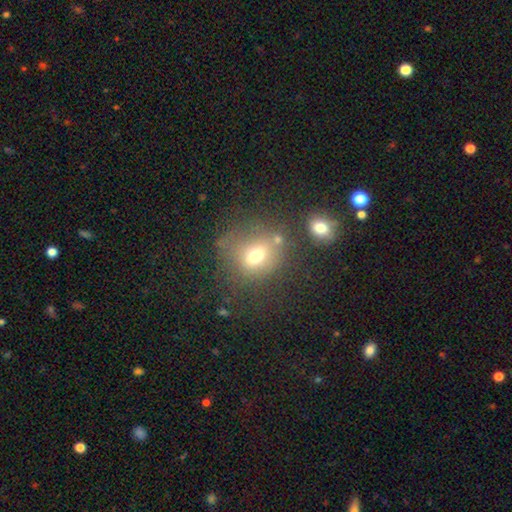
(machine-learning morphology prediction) Overall: smooth (66%). How rounded: round (57%; in between 41%). Merging: none (56%; minor disturbance 18%).